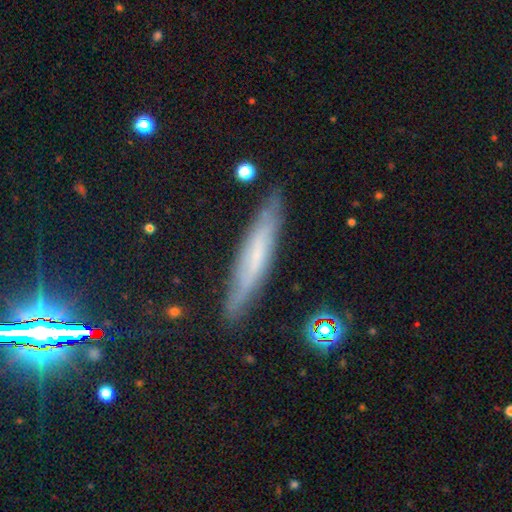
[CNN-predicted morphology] smooth-or-featured: featured or disk: 50% | smooth: 37% | star or artifact: 13%
  disk-edge-on: yes: 74% | no: 26%
  merging: none: 83% | minor disturbance: 13% | major disturbance: 3% | merger: 2%